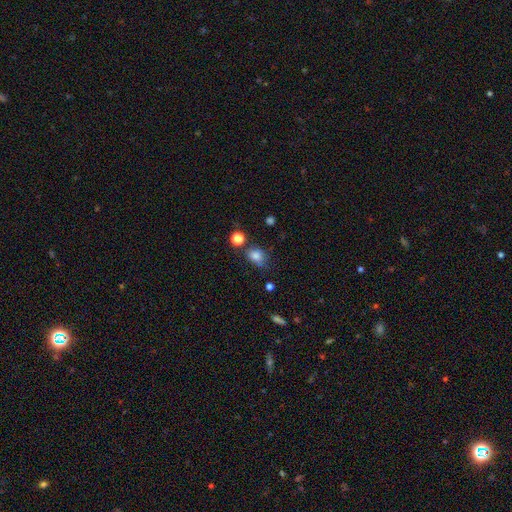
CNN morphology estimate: Overall: smooth (81%). How rounded: round (52%; in between 47%). Merging: none (60%; minor disturbance 24%).